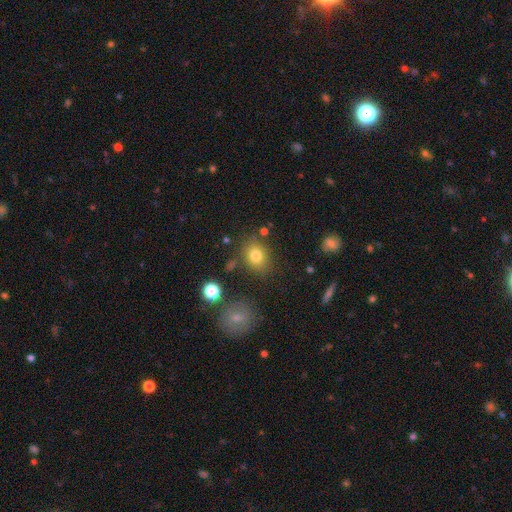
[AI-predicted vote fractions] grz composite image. It shows a smooth galaxy with no disk features (78%) that is round (50%). Merging: none (77%).